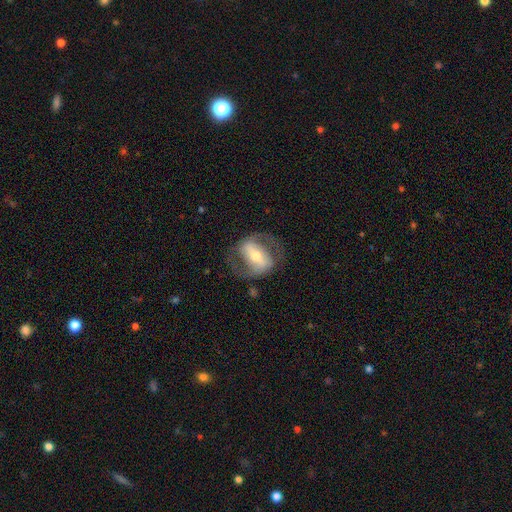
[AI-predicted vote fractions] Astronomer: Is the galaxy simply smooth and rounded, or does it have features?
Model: featured or disk — 80%.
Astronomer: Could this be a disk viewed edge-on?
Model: no — 95%.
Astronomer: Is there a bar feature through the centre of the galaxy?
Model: strong — 60%.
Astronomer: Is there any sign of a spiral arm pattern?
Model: yes — 87%.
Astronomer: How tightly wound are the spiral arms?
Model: medium — 53%.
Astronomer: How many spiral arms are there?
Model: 2 — 89%.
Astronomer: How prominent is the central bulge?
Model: moderate — 57% (runner-up: small, 33%).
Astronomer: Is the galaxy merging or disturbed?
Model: none — 73%.